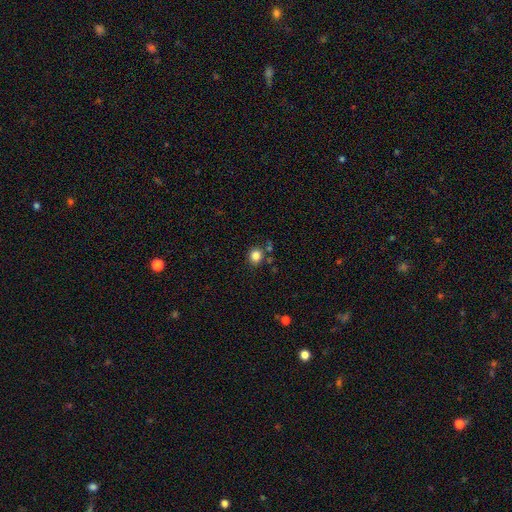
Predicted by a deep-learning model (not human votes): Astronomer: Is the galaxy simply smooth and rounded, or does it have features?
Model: smooth — 84%.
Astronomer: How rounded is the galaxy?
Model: round — 78%.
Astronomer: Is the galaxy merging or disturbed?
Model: none — 79%.